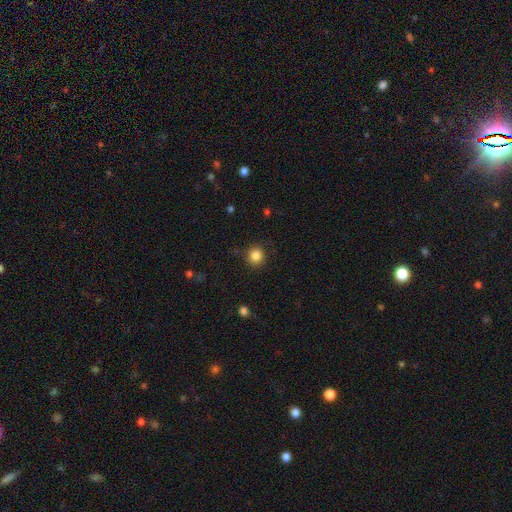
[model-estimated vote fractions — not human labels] Smooth or featured: smooth — 85% (star or artifact — 11%)
How rounded: round — 92% (in between — 7%)
Merging: none — 88% (minor disturbance — 8%)